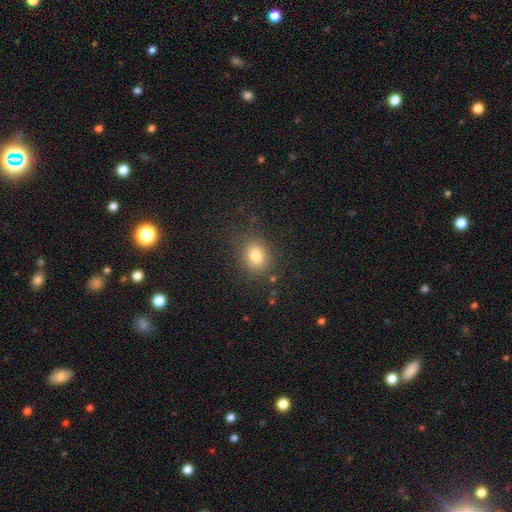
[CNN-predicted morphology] A smooth galaxy with no disk features (81%) that is round (58%).

Vote fractions:
- Smooth or featured? smooth: 81% / star or artifact: 12% / featured or disk: 7%
- How rounded? round: 58% / in between: 41% / cigar-shaped: 1%
- Merging? none: 81% / minor disturbance: 12% / major disturbance: 5% / merger: 2%